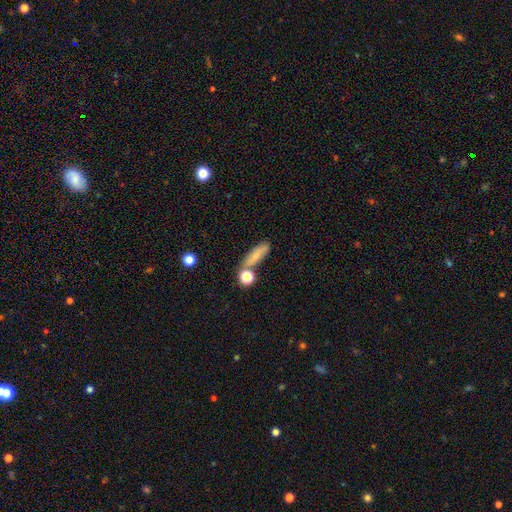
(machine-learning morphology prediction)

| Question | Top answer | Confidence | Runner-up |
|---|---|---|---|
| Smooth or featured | smooth | 75% | featured or disk (15%) |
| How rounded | cigar-shaped | 46% | tied: in between (46%) |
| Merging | none | 61% | merger (17%) |